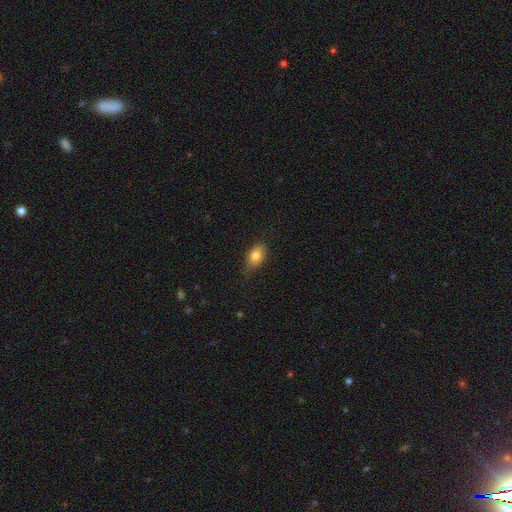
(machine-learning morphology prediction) Smooth or featured? Predicted: smooth (p=0.80). How rounded? Predicted: in between (p=0.84). Merging? Predicted: none (p=0.70).